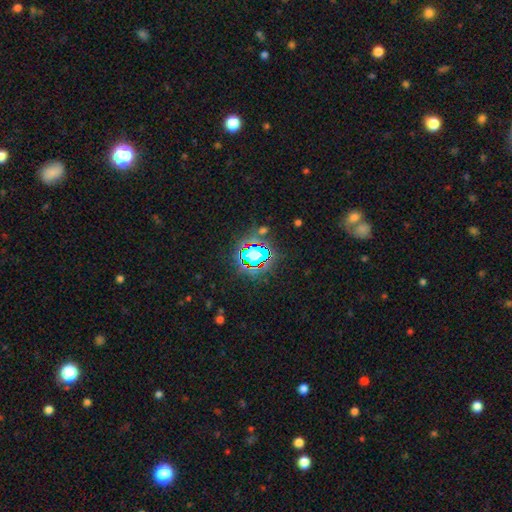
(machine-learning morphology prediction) This is likely a star or artifact rather than a galaxy (65%).